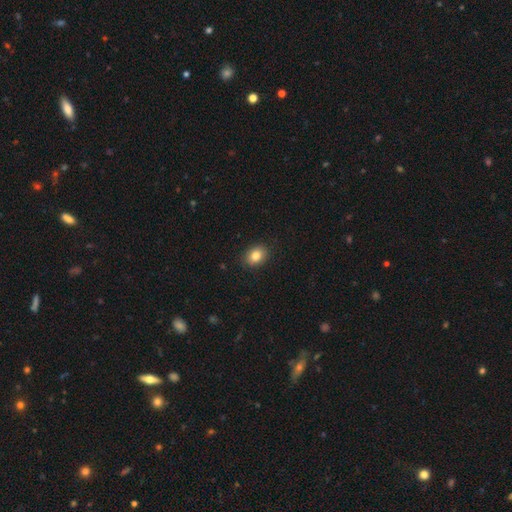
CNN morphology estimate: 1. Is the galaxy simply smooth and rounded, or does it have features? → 83% smooth, 9% star or artifact, 8% featured or disk.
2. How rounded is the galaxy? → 65% in between, 34% round, 1% cigar-shaped.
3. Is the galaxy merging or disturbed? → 89% none, 8% minor disturbance, 2% major disturbance, 1% merger.